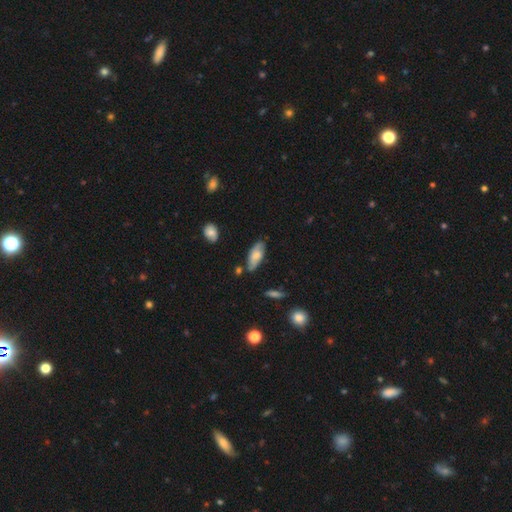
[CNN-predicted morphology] This is likely a smooth galaxy (64%). How rounded: likely in between (79%). Merging: likely none (70%).